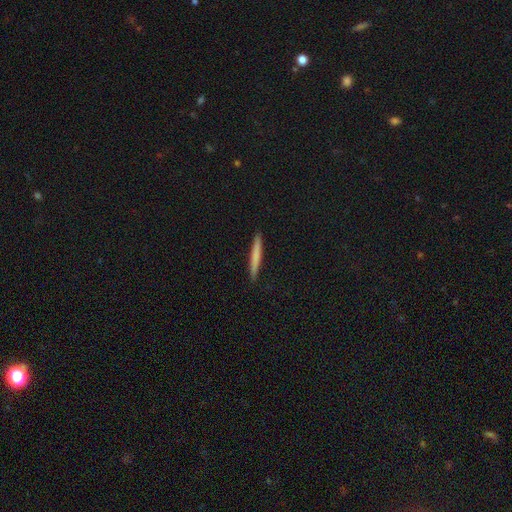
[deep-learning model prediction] Smooth or featured: smooth — 71% (featured or disk — 24%)
How rounded: cigar-shaped — 96% (in between — 2%)
Merging: none — 91% (minor disturbance — 6%)